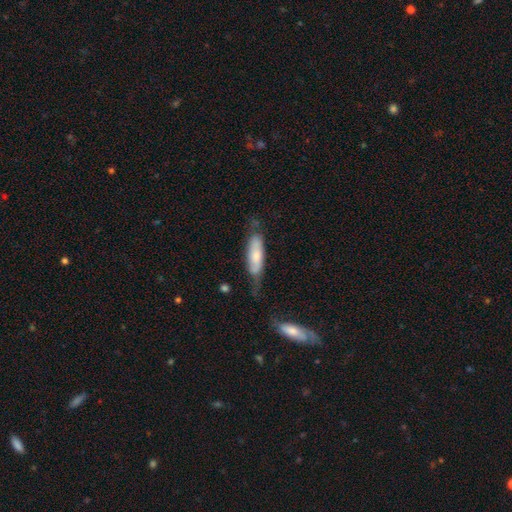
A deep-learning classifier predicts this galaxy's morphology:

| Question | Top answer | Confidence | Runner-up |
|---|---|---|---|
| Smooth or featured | smooth | 60% | featured or disk (34%) |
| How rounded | cigar-shaped | 52% | in between (46%) |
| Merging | none | 50% | minor disturbance (31%) |